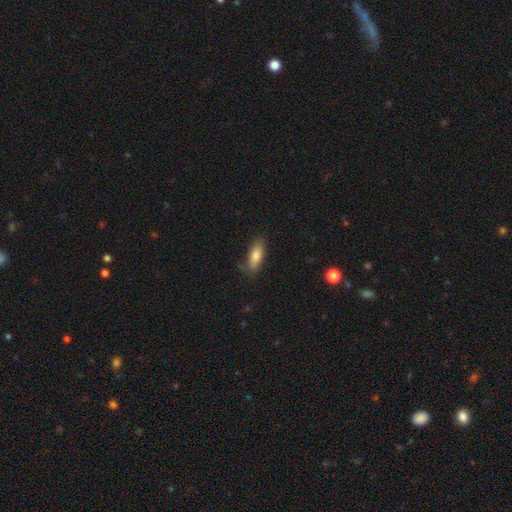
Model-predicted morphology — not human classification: This is clearly a smooth galaxy (80%). How rounded: likely in between (73%). Merging: likely none (73%).